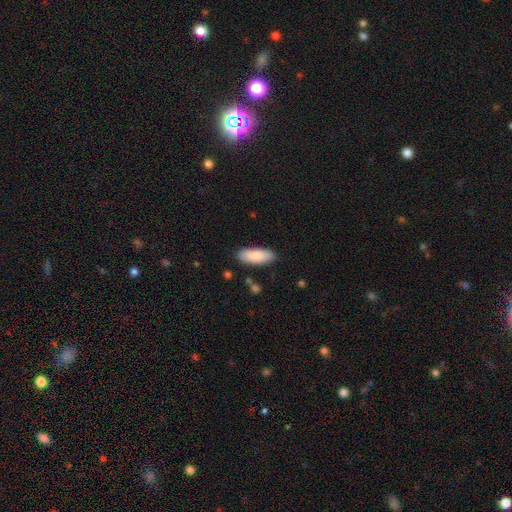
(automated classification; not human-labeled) Smooth or featured? smooth (87%)
How rounded? in between (74%)
Merging? none (87%)